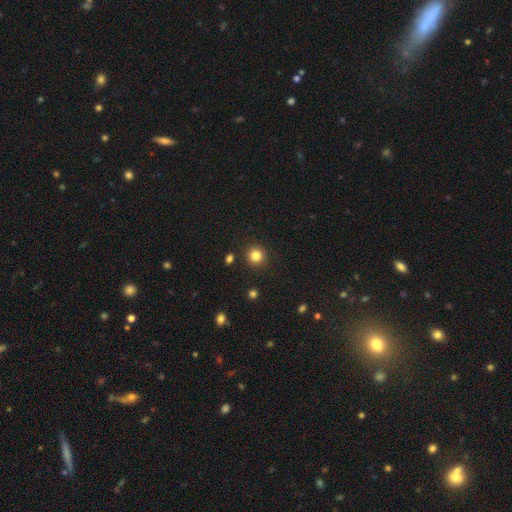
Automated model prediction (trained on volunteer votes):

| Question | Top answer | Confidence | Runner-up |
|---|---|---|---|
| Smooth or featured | smooth | 83% | star or artifact (12%) |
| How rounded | round | 94% | in between (5%) |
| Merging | none | 91% | minor disturbance (5%) |